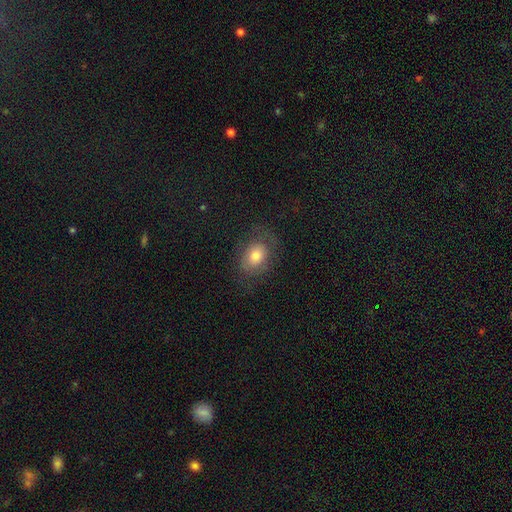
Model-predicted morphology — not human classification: Smooth or featured: smooth — 69% (featured or disk — 21%)
How rounded: in between — 61% (round — 38%)
Merging: none — 67% (minor disturbance — 19%)